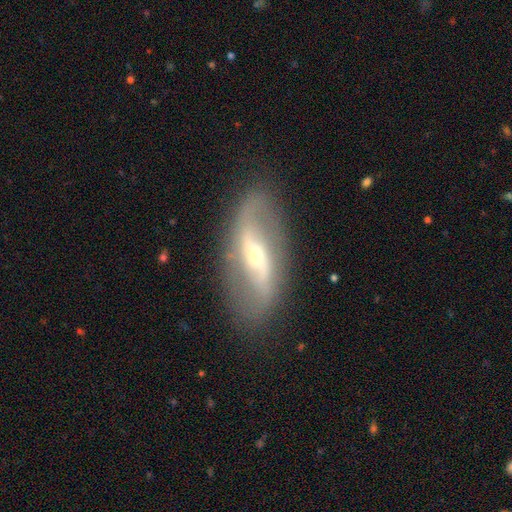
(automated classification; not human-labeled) The model was most divided on "bar": strong: 45%, weak: 32%, no: 23%. More confident: spiral arm count — 2 (89%); edge-on disk — no (89%); merging — none (82%); spiral arms — yes (82%); smooth or featured — featured or disk (82%); spiral winding — loose (64%); bulge size — small (63%).